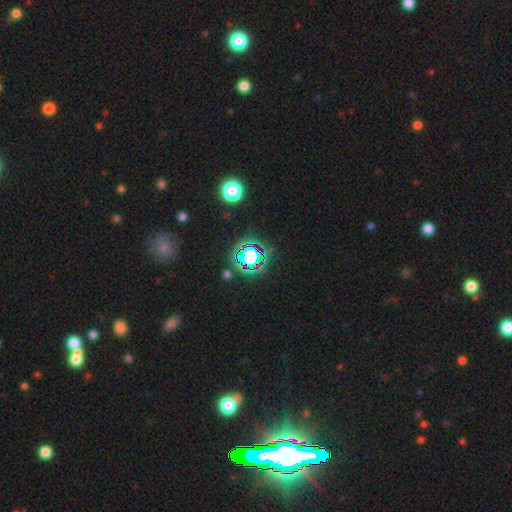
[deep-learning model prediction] This appears to be a star or artifact, not a galaxy (80%).